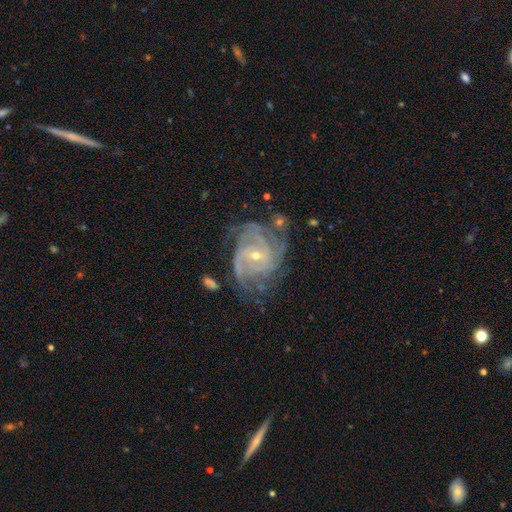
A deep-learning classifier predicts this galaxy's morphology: Smooth or featured? featured or disk (90%)
Edge-on disk? no (97%)
Bar? no (44%)
Spiral arms? yes (97%)
Spiral winding? tight (60%)
Spiral arm count? can't tell (25%)
Bulge size? small (64%)
Merging? none (60%)